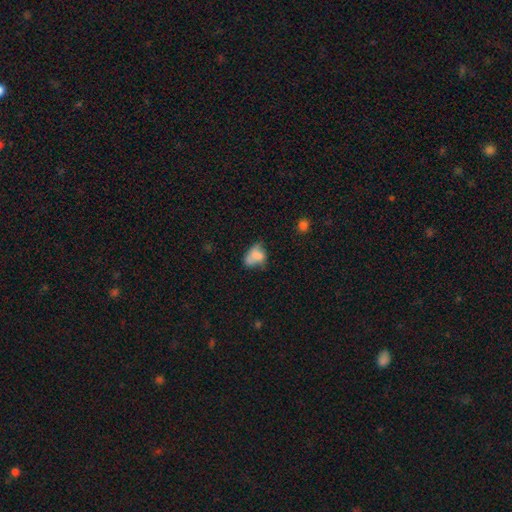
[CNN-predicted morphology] smooth-or-featured: smooth: 68% | featured or disk: 21% | star or artifact: 11%
  how-rounded: in between: 76% | round: 22% | cigar-shaped: 2%
  merging: minor disturbance: 31% | none: 30% | major disturbance: 21% | merger: 18%